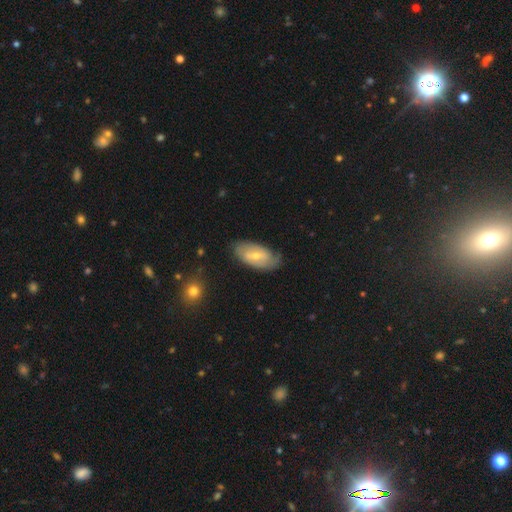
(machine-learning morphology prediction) This appears to be a featured or disk galaxy (62%) with a weak bar (52%), spiral arms (75%) and a small central bulge (52%). Merging: none (71%).